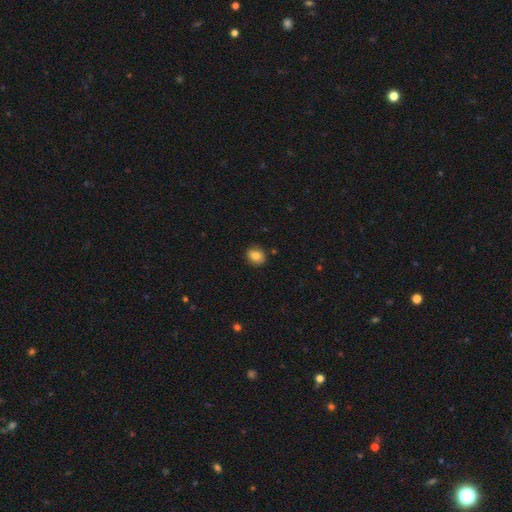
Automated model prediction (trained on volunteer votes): A smooth galaxy with no disk features (83%) that is round (52%). Merging: none (87%).